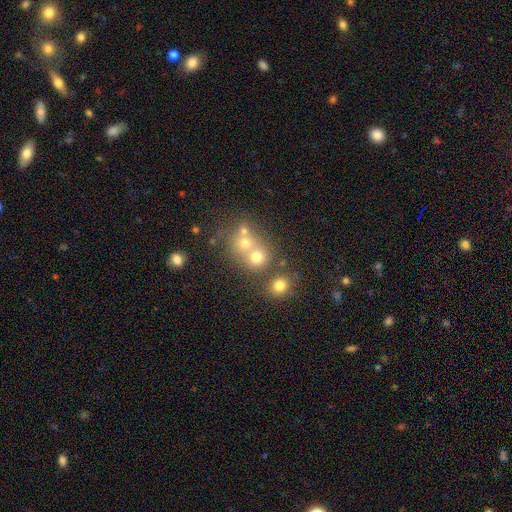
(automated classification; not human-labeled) Morphology: type=smooth (50%); roundness=round (75%); merging=merger (50%).